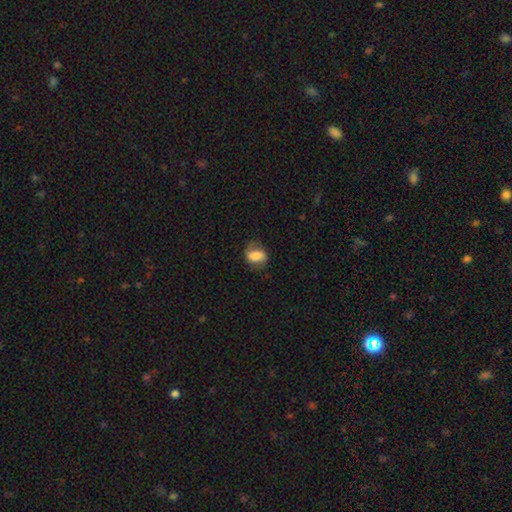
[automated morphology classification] smooth 68%, featured or disk 24%, star or artifact 9%. Down the decision tree: how rounded — in between (73%); merging — none (68%).